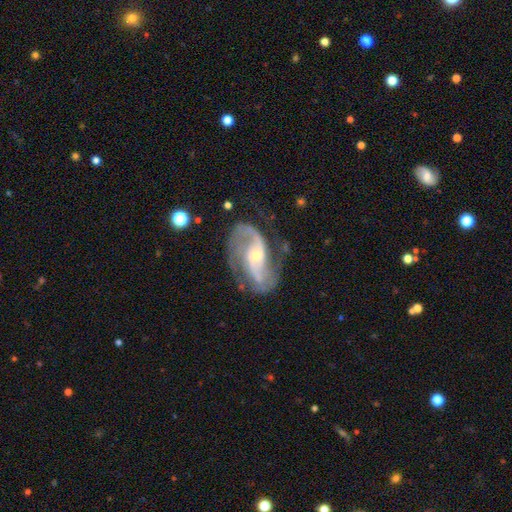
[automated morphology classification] Smooth or featured? featured or disk (88%)
Edge-on disk? no (96%)
Bar? no (47%)
Spiral arms? yes (96%)
Spiral winding? medium (49%)
Spiral arm count? 2 (83%)
Bulge size? small (59%)
Merging? none (65%)